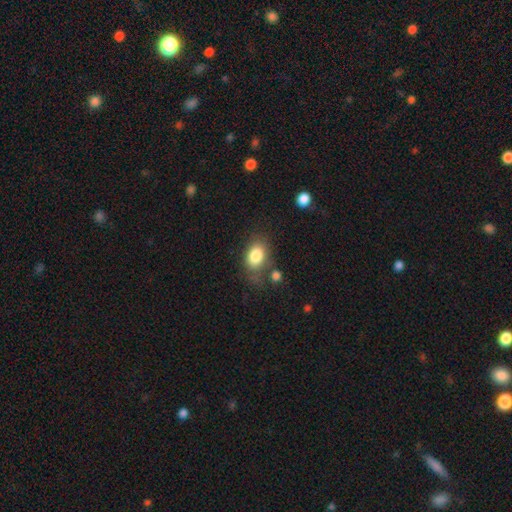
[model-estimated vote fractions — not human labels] Morphology: type=smooth (84%); roundness=in between (81%); merging=none (61%).